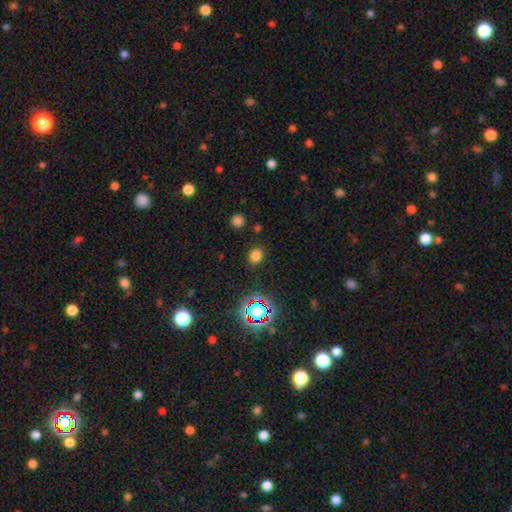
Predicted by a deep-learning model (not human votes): Smooth or featured? Predicted: smooth (p=0.74). How rounded? Predicted: round (p=0.50). Merging? Predicted: none (p=0.85).